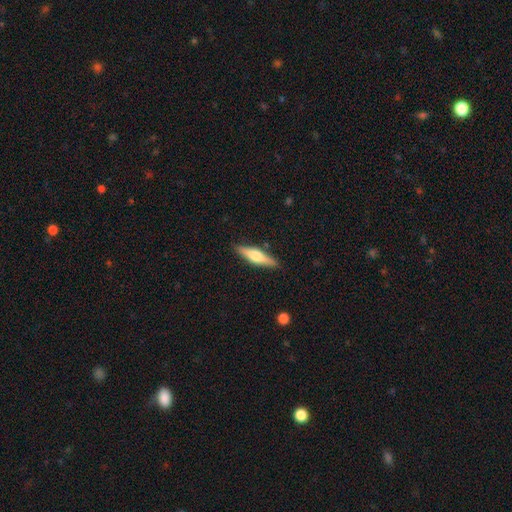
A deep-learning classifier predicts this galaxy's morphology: A featured or disk galaxy (48%). Merging: none (88%).